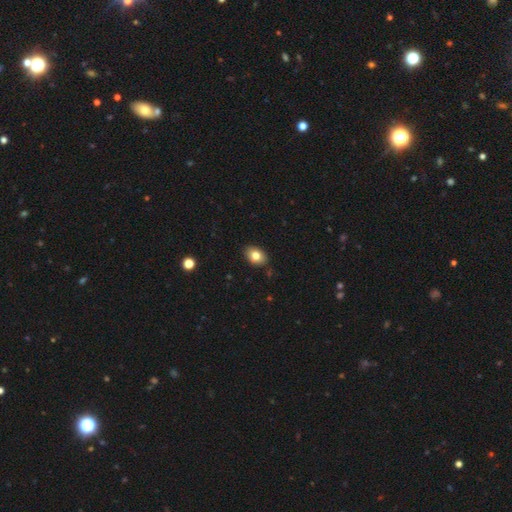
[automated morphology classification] The model was most divided on "how rounded": in between: 79%, round: 20%, cigar-shaped: 1%. More confident: merging — none (87%); smooth or featured — smooth (81%).